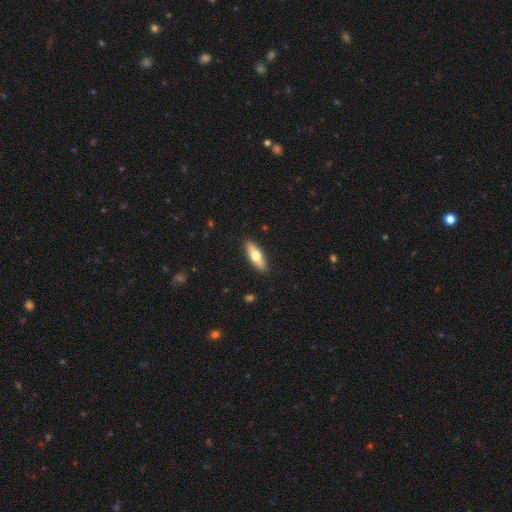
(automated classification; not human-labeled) A smooth galaxy with no disk features (61%) that is in between round and cigar-shaped (49%, tied with cigar-shaped). Merging: none (90%).